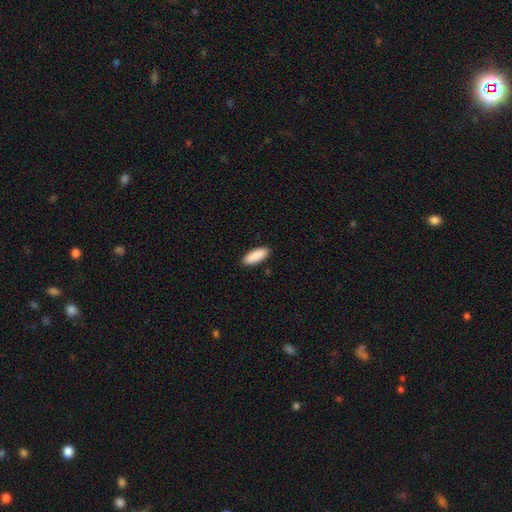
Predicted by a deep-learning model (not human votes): A smooth galaxy with no disk features (91%) that is in between round and cigar-shaped (72%).

Vote fractions:
- Smooth or featured? smooth: 91% / star or artifact: 6% / featured or disk: 4%
- How rounded? in between: 72% / cigar-shaped: 26% / round: 2%
- Merging? none: 90% / minor disturbance: 7% / major disturbance: 2% / merger: 1%